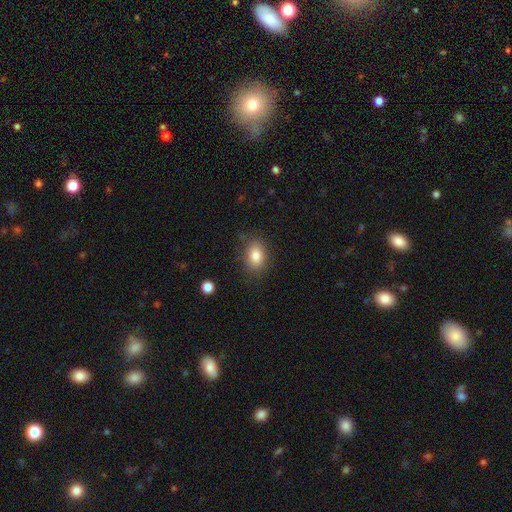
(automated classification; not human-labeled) Morphology: type=smooth (83%); roundness=in between (78%); merging=none (82%).